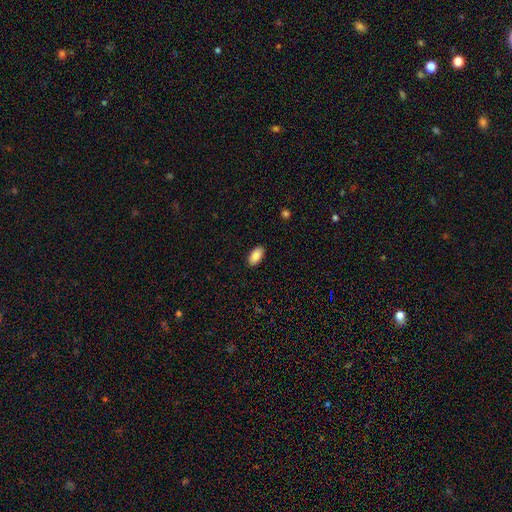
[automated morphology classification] This appears to be a smooth galaxy with no disk features (89%) that is in between round and cigar-shaped (95%). Merging: none (89%).